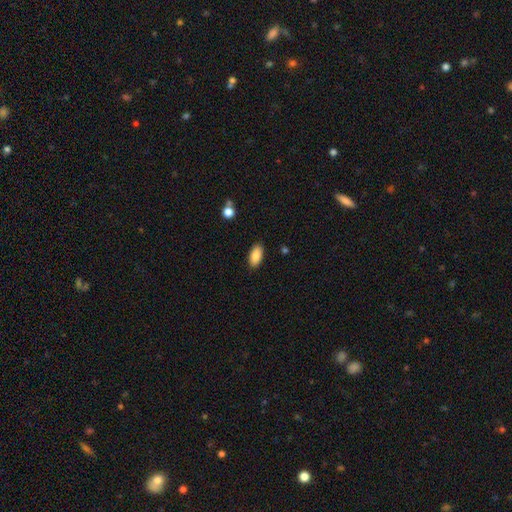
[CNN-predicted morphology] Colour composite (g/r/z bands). It shows a smooth galaxy with no disk features (88%) that is in between round and cigar-shaped (91%). Merging: none (87%).